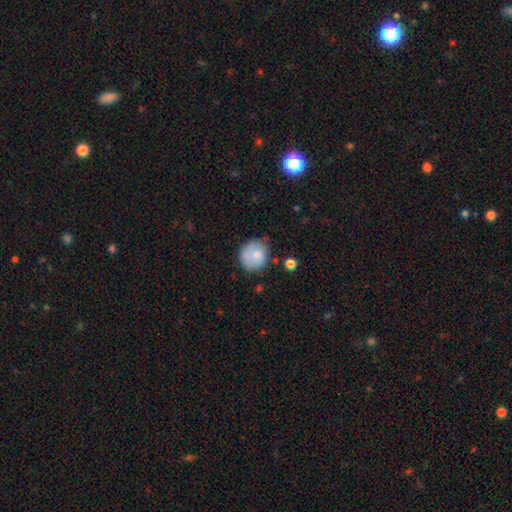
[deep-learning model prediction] Smooth or featured? Predicted: smooth (p=0.78). How rounded? Predicted: round (p=0.79). Merging? Predicted: none (p=0.63).